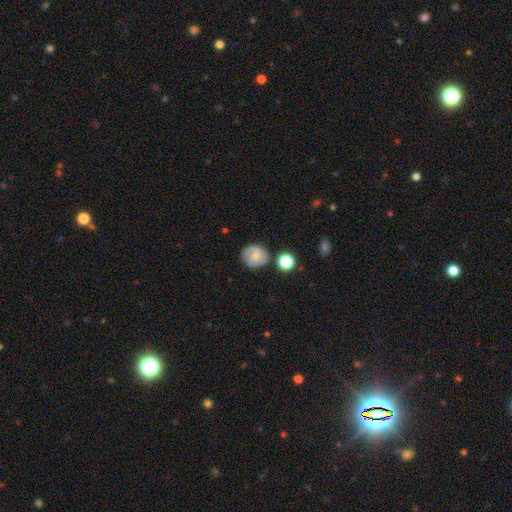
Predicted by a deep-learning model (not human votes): Smooth or featured: smooth — 65% (featured or disk — 25%)
How rounded: round — 86% (in between — 13%)
Merging: none — 76% (minor disturbance — 15%)